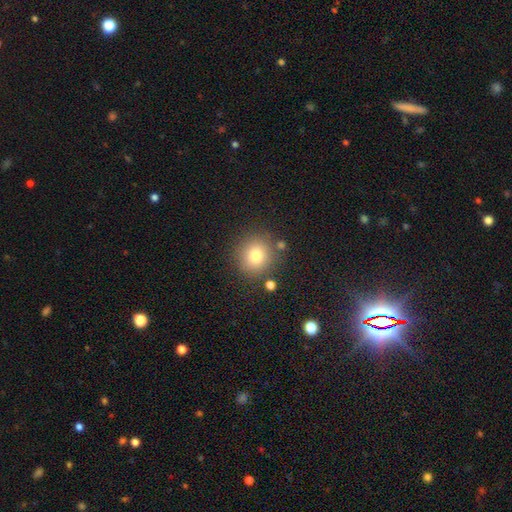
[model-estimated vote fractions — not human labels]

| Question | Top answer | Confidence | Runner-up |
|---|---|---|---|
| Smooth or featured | smooth | 78% | star or artifact (12%) |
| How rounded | round | 90% | in between (9%) |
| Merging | none | 82% | minor disturbance (9%) |